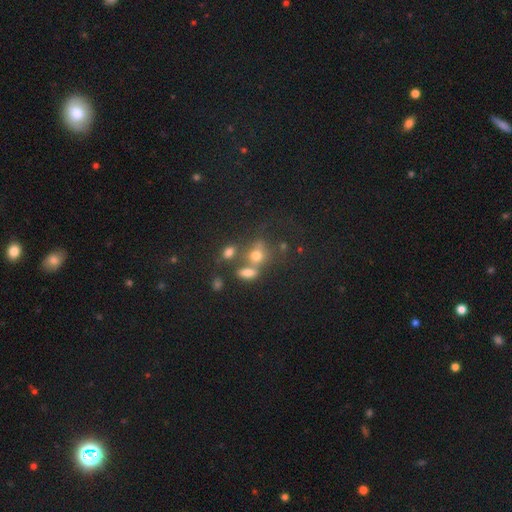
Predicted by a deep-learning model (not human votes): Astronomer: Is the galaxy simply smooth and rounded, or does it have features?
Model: smooth — 66%.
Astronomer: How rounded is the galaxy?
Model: round — 51% (runner-up: in between, 46%).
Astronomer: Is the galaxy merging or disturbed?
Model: none — 40% (runner-up: merger, 37%).